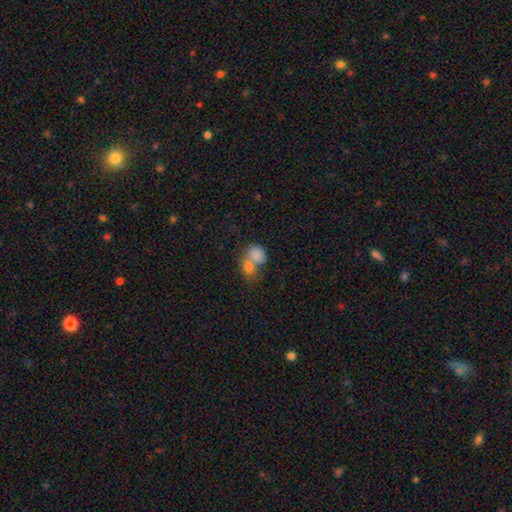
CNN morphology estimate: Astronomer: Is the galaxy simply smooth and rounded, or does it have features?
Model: smooth — 80%.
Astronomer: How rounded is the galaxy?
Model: in between — 50% (runner-up: round, 49%).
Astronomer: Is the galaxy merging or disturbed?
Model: merger — 69%.